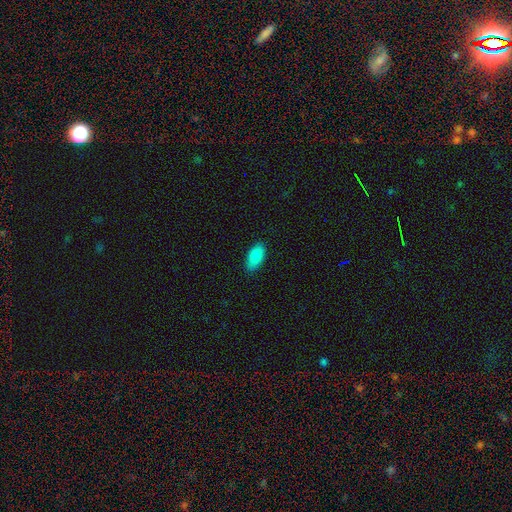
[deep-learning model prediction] Smooth or featured? smooth (87%)
How rounded? in between (91%)
Merging? none (84%)